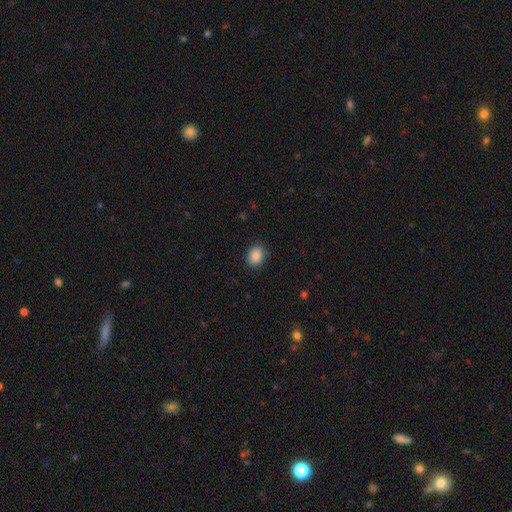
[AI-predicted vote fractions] Q: Smooth or featured?
A: smooth (89%); runner-up: star or artifact (8%)
Q: How rounded?
A: in between (54%); runner-up: round (45%)
Q: Merging?
A: none (85%); runner-up: minor disturbance (12%)